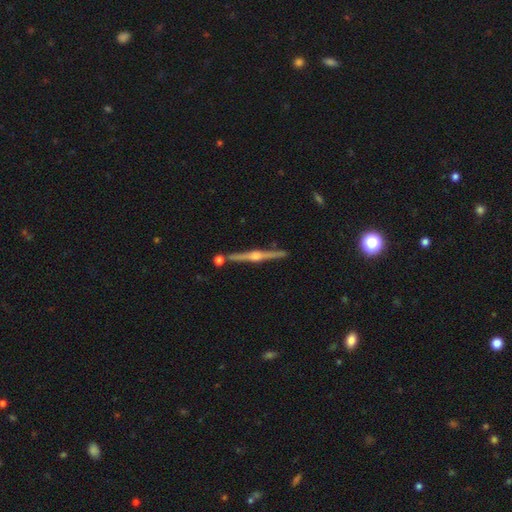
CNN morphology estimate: type=featured or disk (83%); edge-on=yes (98%); edge-on bulge=rounded (88%); merging=none (84%).